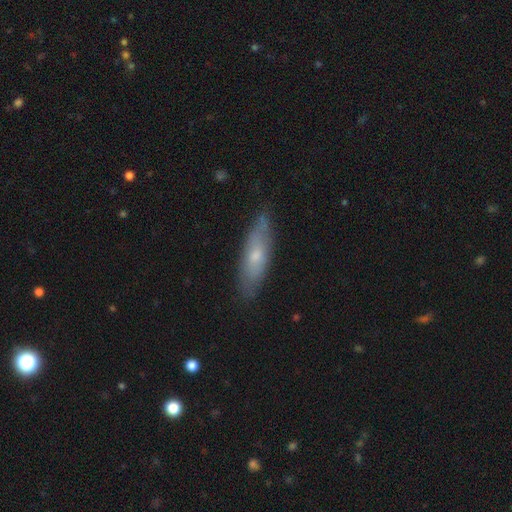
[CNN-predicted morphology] Smooth or featured? Predicted: smooth (p=0.51). How rounded? Predicted: cigar-shaped (p=0.59). Merging? Predicted: none (p=0.79).